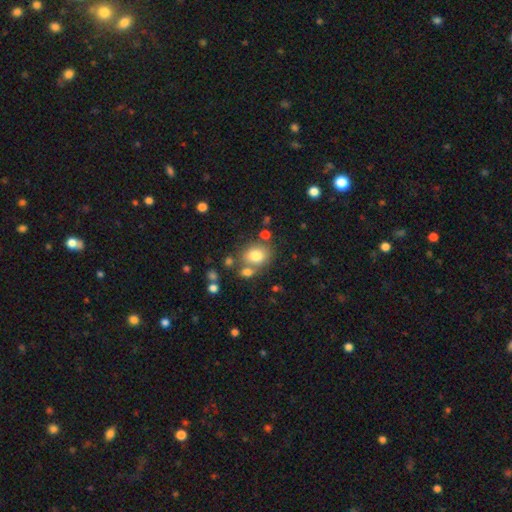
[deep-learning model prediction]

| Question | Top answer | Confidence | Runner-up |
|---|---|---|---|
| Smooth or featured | smooth | 78% | featured or disk (11%) |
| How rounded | round | 52% | in between (47%) |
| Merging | none | 63% | merger (18%) |